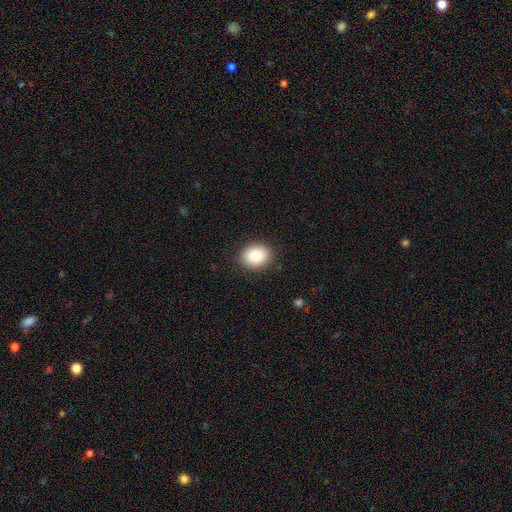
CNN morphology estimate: Smooth or featured? Predicted: smooth (p=0.86). How rounded? Predicted: in between (p=0.50). Merging? Predicted: none (p=0.89).